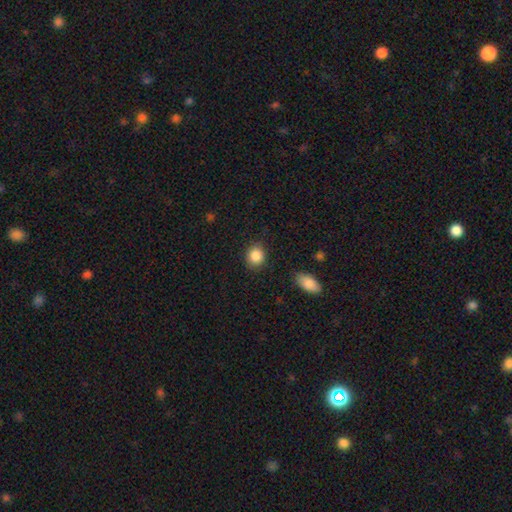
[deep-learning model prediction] This is clearly a smooth galaxy (87%). How rounded: likely round (68%). Merging: clearly none (85%).